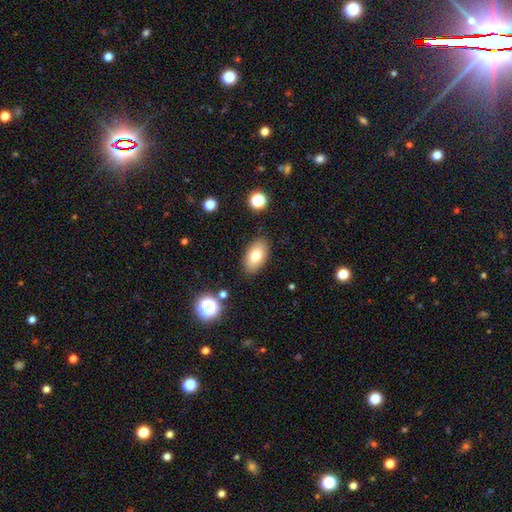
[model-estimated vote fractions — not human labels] Overall: smooth (76%). How rounded: in between (92%). Merging: none (87%).